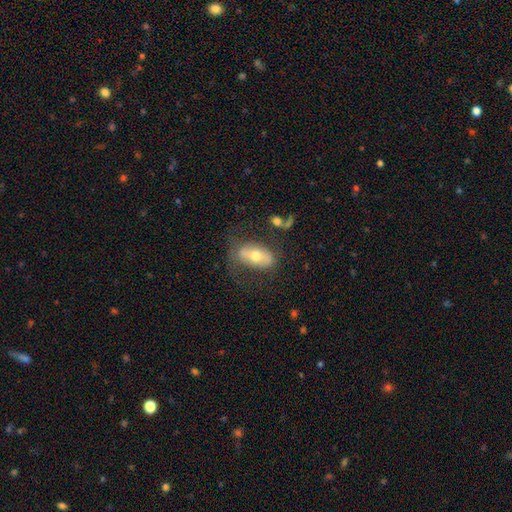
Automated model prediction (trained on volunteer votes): Morphology: type=featured or disk (46%, tied with smooth); merging=none (53%).